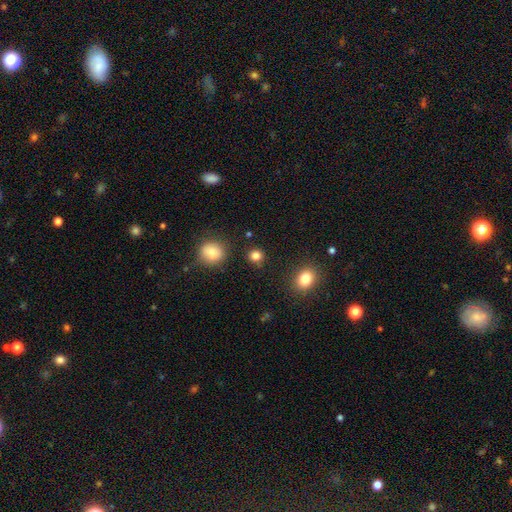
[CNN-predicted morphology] Q: Smooth or featured?
A: smooth (83%); runner-up: star or artifact (13%)
Q: How rounded?
A: round (88%); runner-up: in between (11%)
Q: Merging?
A: none (87%); runner-up: minor disturbance (7%)